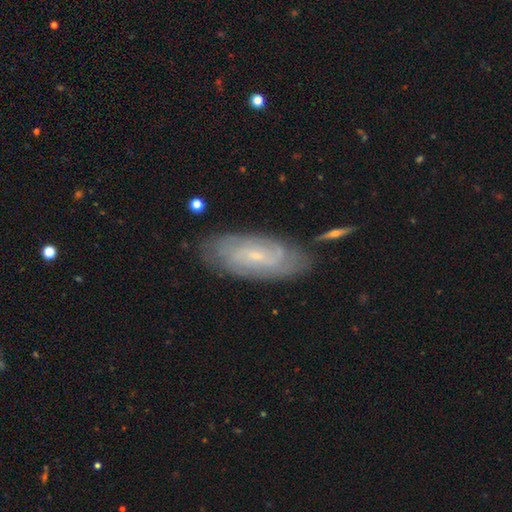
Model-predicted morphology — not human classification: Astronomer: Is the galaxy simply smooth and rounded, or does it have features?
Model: featured or disk — 75%.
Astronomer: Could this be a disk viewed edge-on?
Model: no — 91%.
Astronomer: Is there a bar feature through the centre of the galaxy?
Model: no — 51% (runner-up: weak, 41%).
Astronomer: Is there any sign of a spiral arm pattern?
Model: yes — 92%.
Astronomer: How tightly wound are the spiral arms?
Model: tight — 64%.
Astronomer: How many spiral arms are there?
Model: can't tell — 44% (runner-up: 2, 28%).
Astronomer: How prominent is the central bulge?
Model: small — 79%.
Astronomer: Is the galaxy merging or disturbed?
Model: none — 76%.